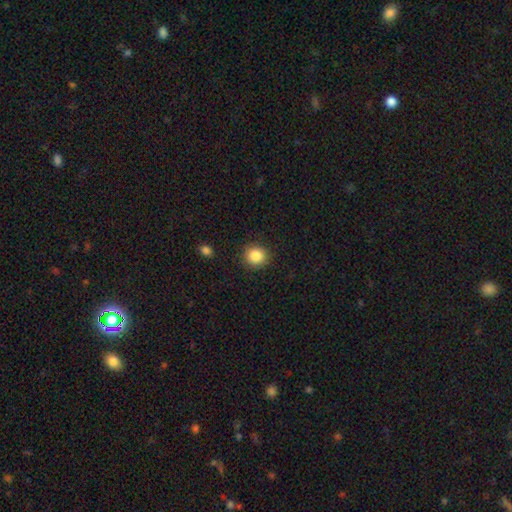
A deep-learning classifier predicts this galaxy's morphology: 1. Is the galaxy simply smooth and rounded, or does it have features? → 86% smooth, 9% star or artifact, 4% featured or disk.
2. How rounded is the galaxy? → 87% round, 12% in between, 1% cigar-shaped.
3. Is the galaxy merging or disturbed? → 89% none, 8% minor disturbance, 2% major disturbance, 1% merger.